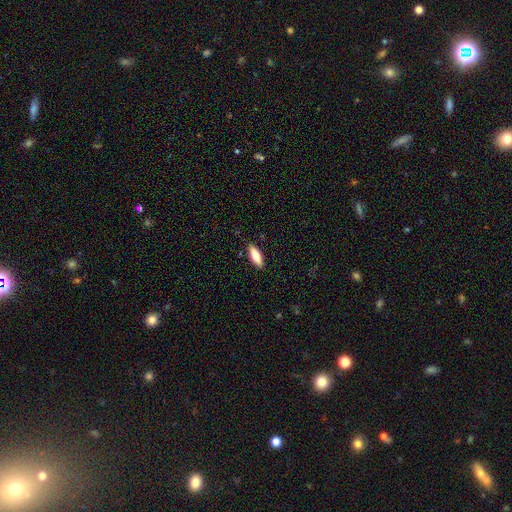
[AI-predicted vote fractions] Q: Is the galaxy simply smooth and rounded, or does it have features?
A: smooth — 65%.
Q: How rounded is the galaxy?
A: in between — 61%.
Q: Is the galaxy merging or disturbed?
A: none — 88%.